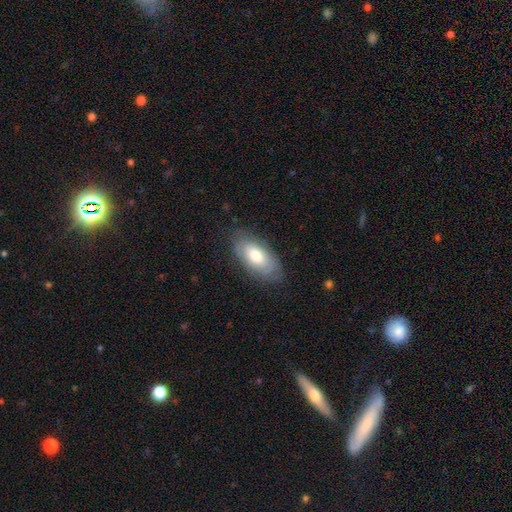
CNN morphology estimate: smooth-or-featured: smooth: 67% | featured or disk: 27% | star or artifact: 6%
  how-rounded: in between: 92% | cigar-shaped: 5% | round: 3%
  merging: none: 78% | minor disturbance: 16% | major disturbance: 4% | merger: 1%